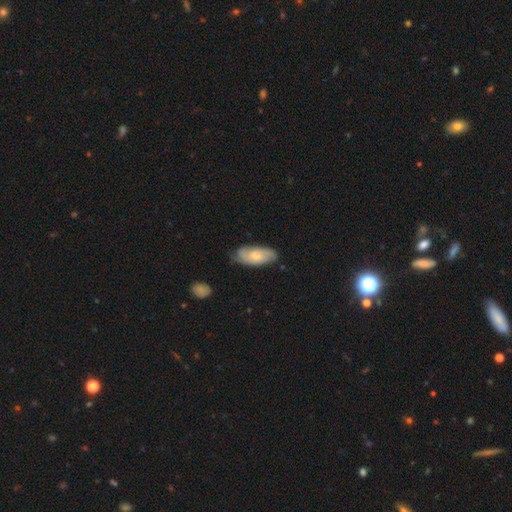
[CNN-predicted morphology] A smooth galaxy with no disk features (56%) that is in between round and cigar-shaped (86%). Merging: none (68%).